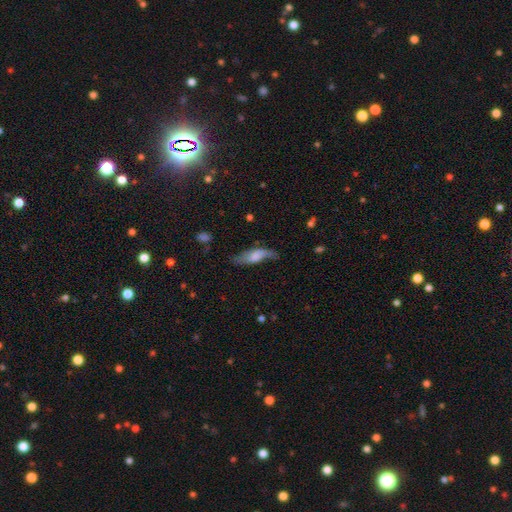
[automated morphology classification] smooth 53%, featured or disk 40%, star or artifact 7%. Down the decision tree: how rounded — in between (53%); merging — none (56%).